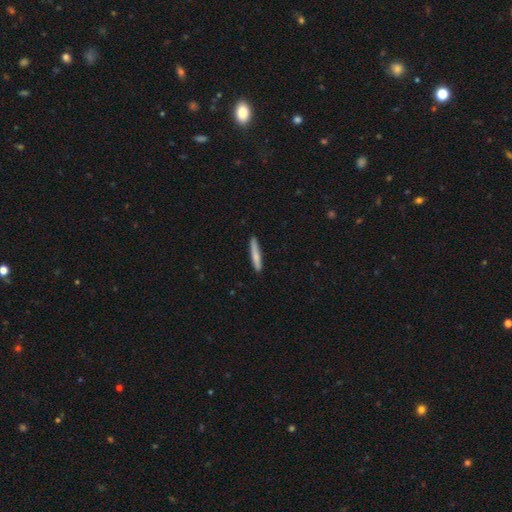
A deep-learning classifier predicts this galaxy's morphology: The model was most divided on "smooth or featured": smooth: 76%, featured or disk: 19%, star or artifact: 5%. More confident: how rounded — cigar-shaped (93%); merging — none (89%).